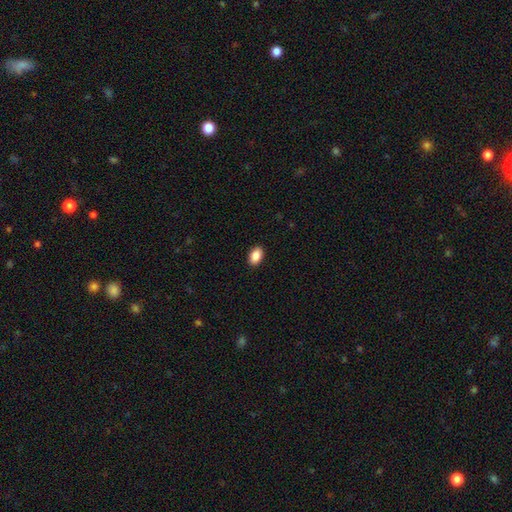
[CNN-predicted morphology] A smooth galaxy with no disk features (89%) that is in between round and cigar-shaped (92%). Merging: none (91%).